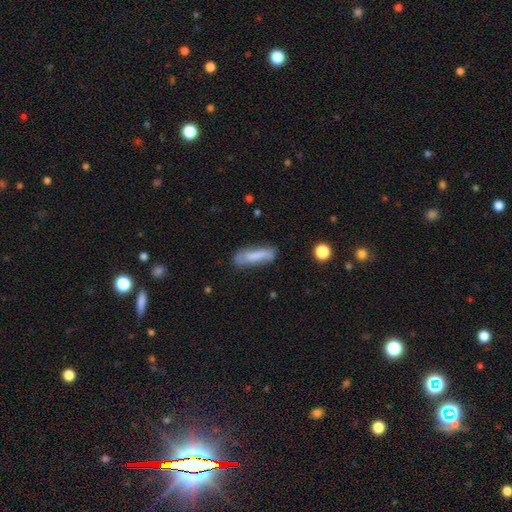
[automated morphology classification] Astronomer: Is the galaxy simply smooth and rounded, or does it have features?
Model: smooth — 65%.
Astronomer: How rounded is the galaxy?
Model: cigar-shaped — 65%.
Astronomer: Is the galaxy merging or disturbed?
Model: none — 63%.